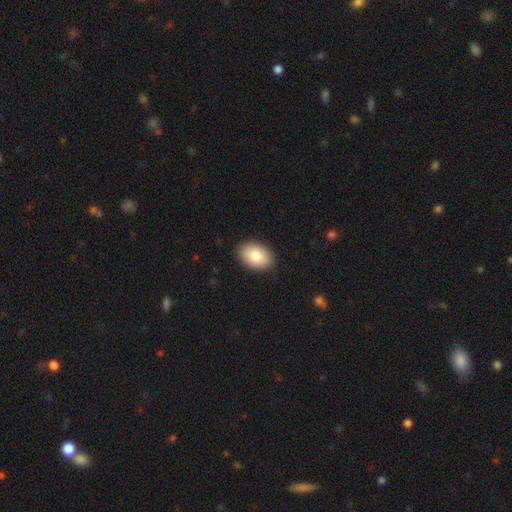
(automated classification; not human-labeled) Morphology: type=smooth (84%); roundness=in between (89%); merging=none (89%).